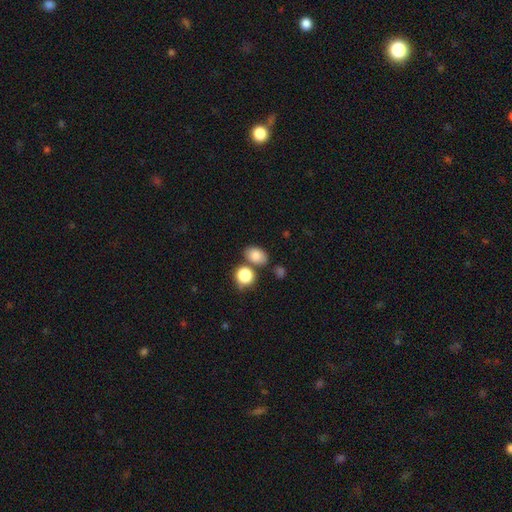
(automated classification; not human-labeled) Q: Smooth or featured?
A: smooth (82%); runner-up: star or artifact (11%)
Q: How rounded?
A: in between (77%); runner-up: round (22%)
Q: Merging?
A: none (70%); runner-up: merger (13%)